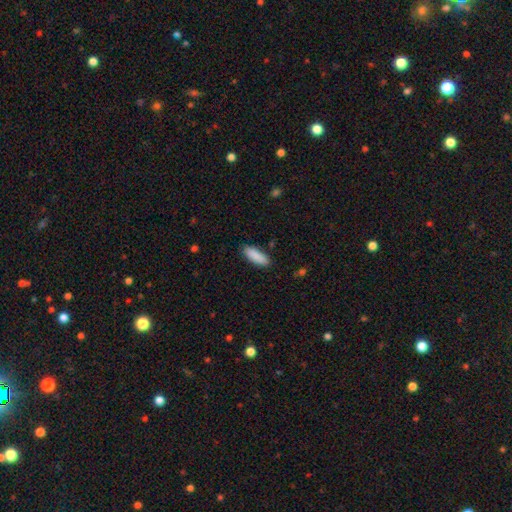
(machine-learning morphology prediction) This appears to be a smooth galaxy with no disk features (90%) that is in between round and cigar-shaped (65%). Merging: none (87%).